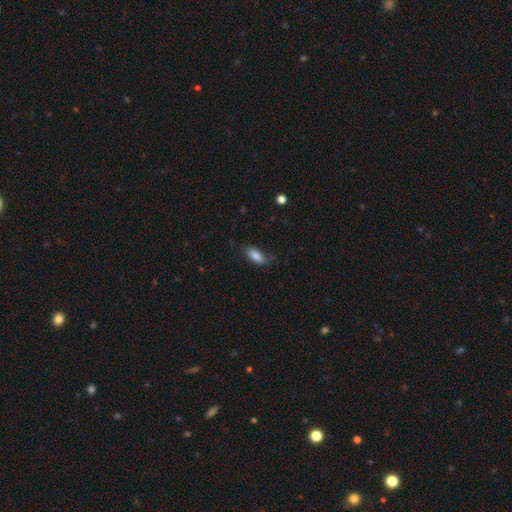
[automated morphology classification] smooth-or-featured: smooth: 84% | featured or disk: 9% | star or artifact: 8%
  how-rounded: in between: 84% | cigar-shaped: 14% | round: 3%
  merging: none: 69% | minor disturbance: 23% | major disturbance: 6% | merger: 2%